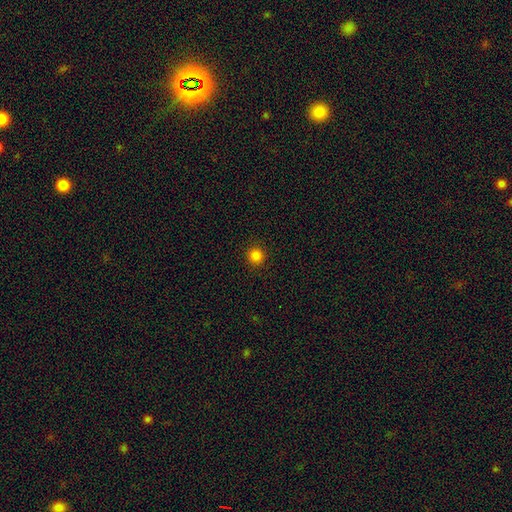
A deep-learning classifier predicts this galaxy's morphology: Smooth or featured?
  - smooth: 83% *
  - star or artifact: 13%
  - featured or disk: 3%
How rounded?
  - round: 94% *
  - in between: 5%
  - cigar-shaped: 1%
Merging?
  - none: 93% *
  - minor disturbance: 5%
  - major disturbance: 2%
  - merger: 1%